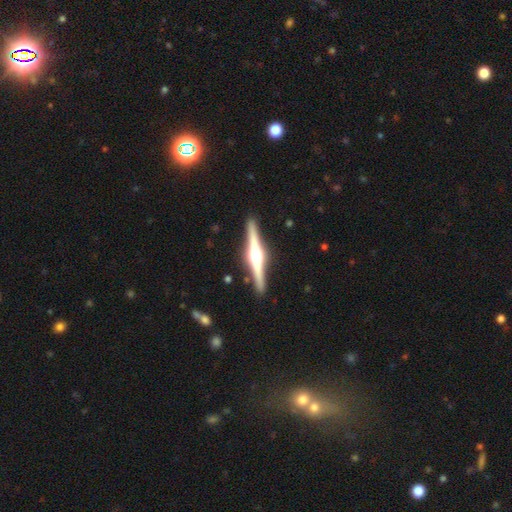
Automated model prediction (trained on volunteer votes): Morphology: type=featured or disk (82%); edge-on=yes (98%); edge-on bulge=rounded (91%); merging=none (90%).